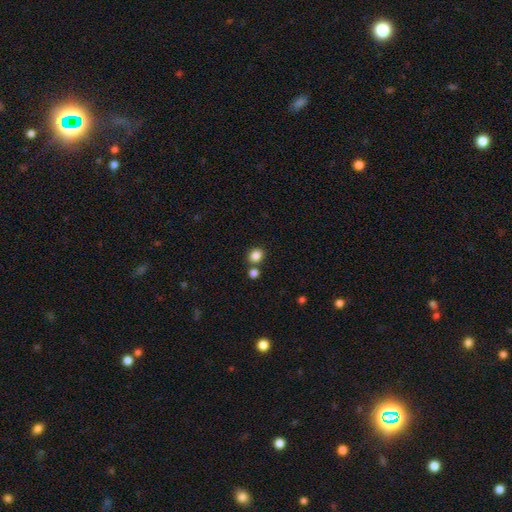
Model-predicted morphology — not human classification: The model was most divided on "how rounded": round: 71%, in between: 29%, cigar-shaped: 1%. More confident: smooth or featured — smooth (85%); merging — none (70%).